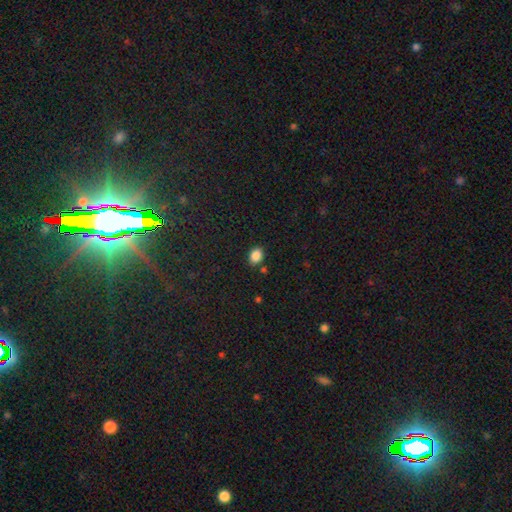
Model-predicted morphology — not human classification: Smooth or featured: smooth — 86% (star or artifact — 10%)
How rounded: in between — 68% (round — 31%)
Merging: none — 81% (minor disturbance — 12%)